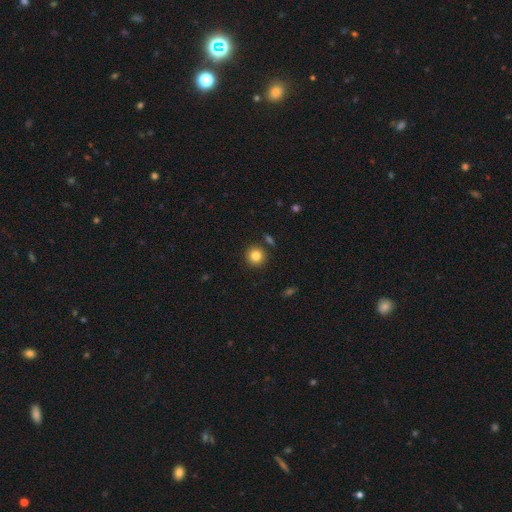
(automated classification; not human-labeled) A smooth galaxy with no disk features (83%) that is round (93%). Merging: none (87%).